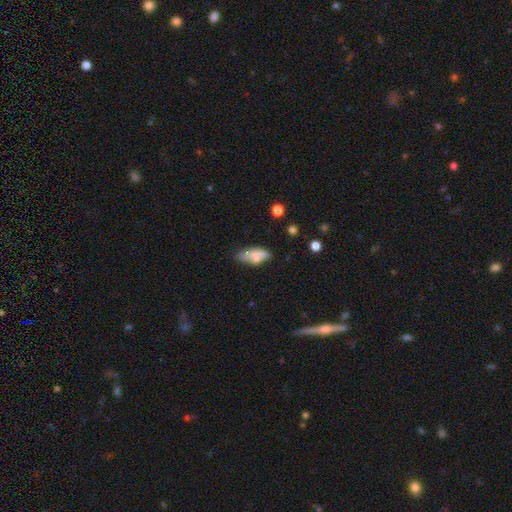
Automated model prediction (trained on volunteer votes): Smooth or featured: smooth — 72% (featured or disk — 20%)
How rounded: in between — 75% (cigar-shaped — 22%)
Merging: none — 52% (minor disturbance — 27%)